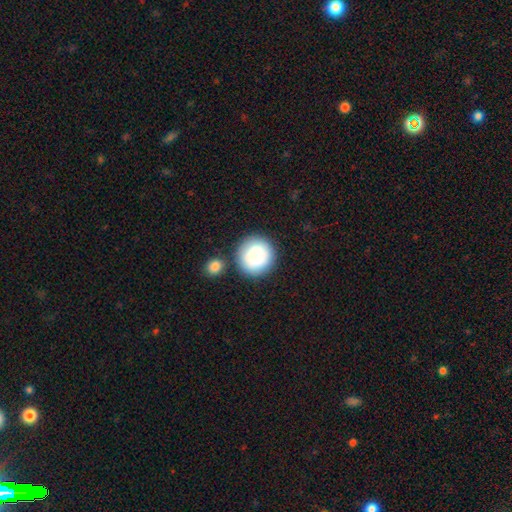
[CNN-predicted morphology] This is clearly a smooth galaxy (80%). How rounded: clearly round (90%). Merging: likely none (69%).